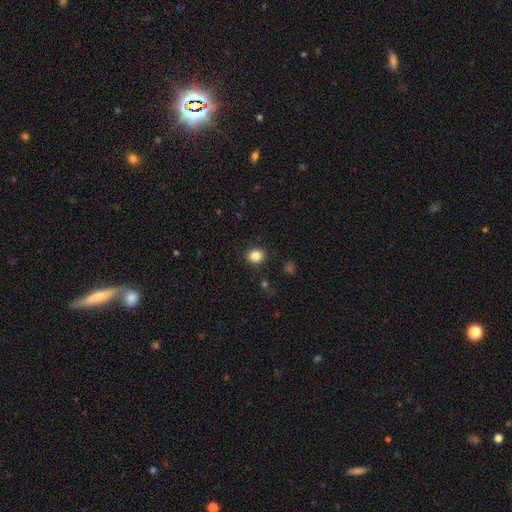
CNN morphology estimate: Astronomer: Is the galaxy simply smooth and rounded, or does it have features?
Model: smooth — 85%.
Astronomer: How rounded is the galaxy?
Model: round — 65%.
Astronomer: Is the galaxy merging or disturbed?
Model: none — 89%.